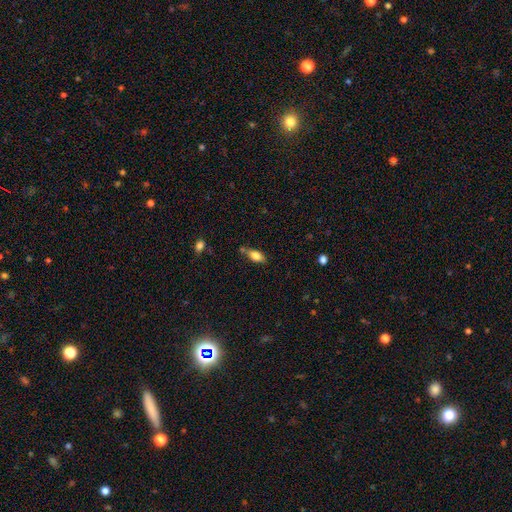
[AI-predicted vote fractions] Morphology: type=smooth (80%); roundness=in between (87%); merging=none (67%).